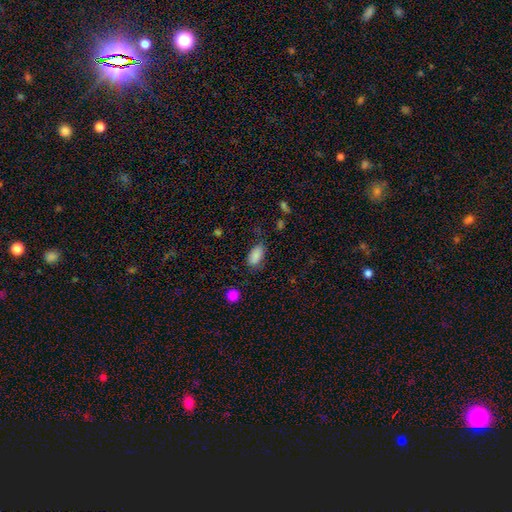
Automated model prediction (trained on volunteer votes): A smooth galaxy with no disk features (86%) that is in between round and cigar-shaped (92%). Merging: none (64%).